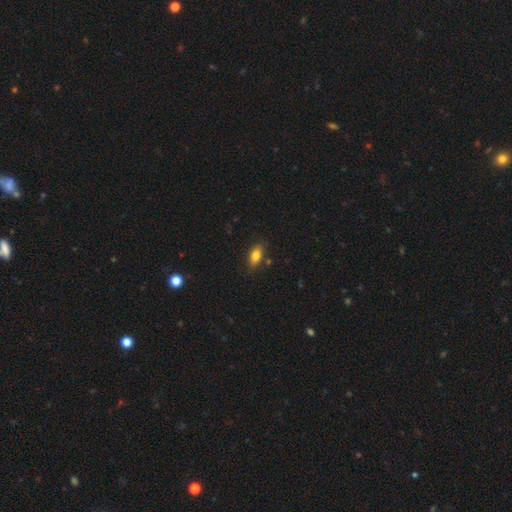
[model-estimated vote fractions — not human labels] A smooth galaxy with no disk features (82%) that is in between round and cigar-shaped (87%).

Vote fractions:
- Smooth or featured? smooth: 82% / featured or disk: 10% / star or artifact: 9%
- How rounded? in between: 87% / round: 7% / cigar-shaped: 6%
- Merging? none: 81% / minor disturbance: 14% / major disturbance: 3% / merger: 3%